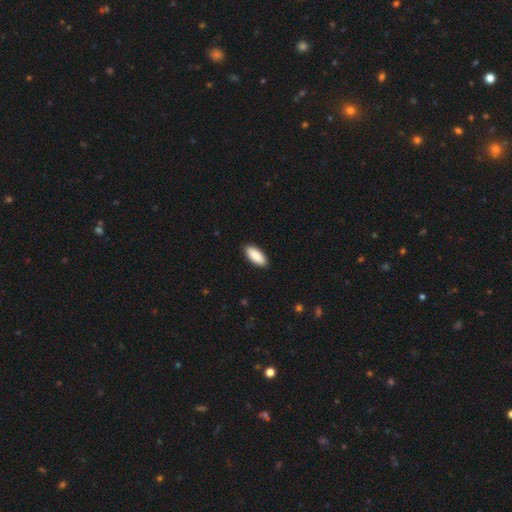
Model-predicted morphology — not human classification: This appears to be a smooth galaxy with no disk features (91%) that is in between round and cigar-shaped (86%). Merging: none (90%).